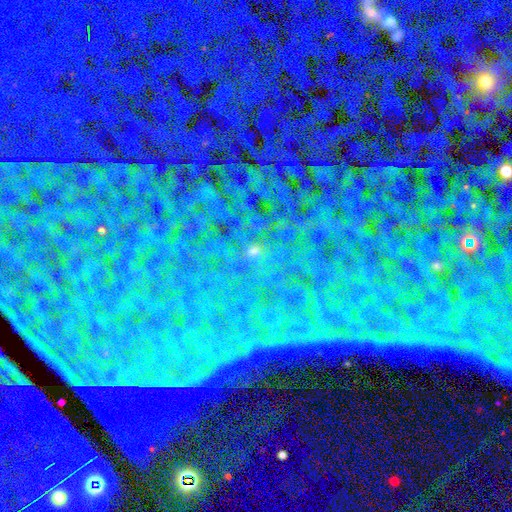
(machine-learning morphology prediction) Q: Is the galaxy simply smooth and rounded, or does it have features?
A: star or artifact — 85%.